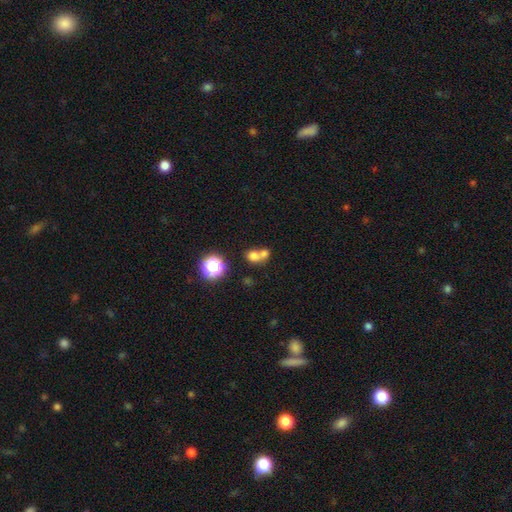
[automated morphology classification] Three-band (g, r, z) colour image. It shows a smooth galaxy with no disk features (70%) that is round (66%). Merging: merger (61%).